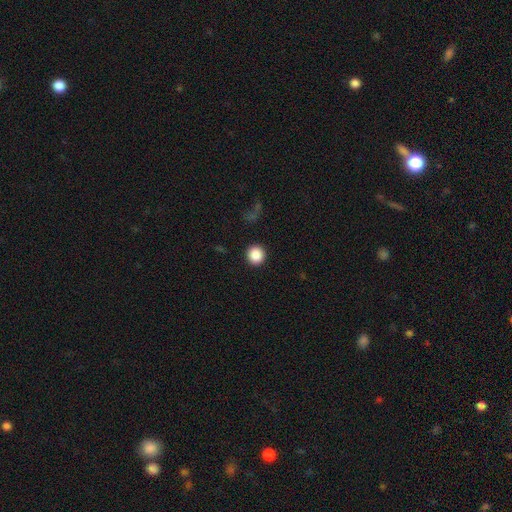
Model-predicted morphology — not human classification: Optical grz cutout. It shows a smooth galaxy with no disk features (88%) that is round (94%). Merging: none (92%).